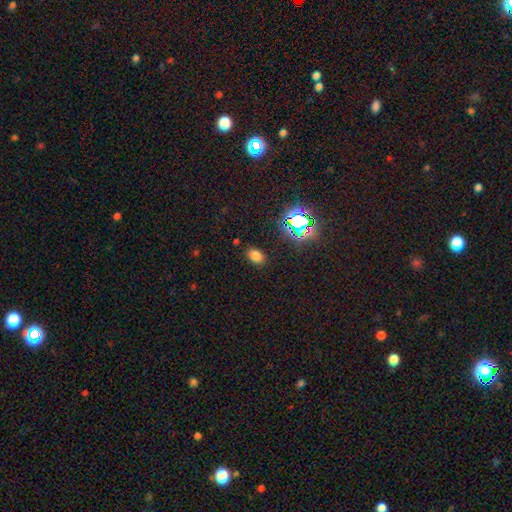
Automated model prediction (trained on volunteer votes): This appears to be a smooth galaxy with no disk features (73%) that is in between round and cigar-shaped (83%). Merging: none (85%).